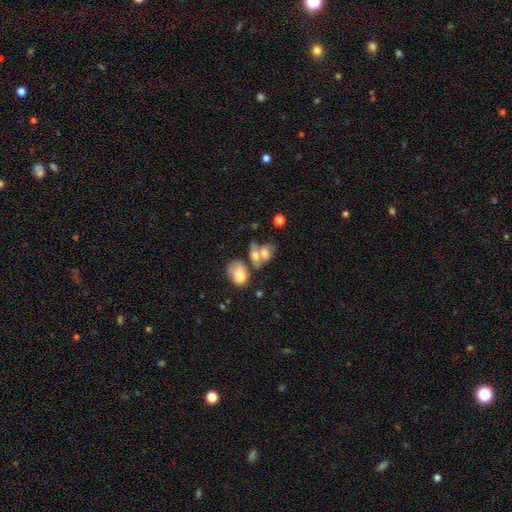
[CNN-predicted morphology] A smooth galaxy with no disk features (61%) that is in between round and cigar-shaped (75%).

Vote fractions:
- Smooth or featured? smooth: 61% / featured or disk: 28% / star or artifact: 11%
- How rounded? in between: 75% / round: 23% / cigar-shaped: 3%
- Merging? merger: 56% / none: 21% / minor disturbance: 12% / major disturbance: 12%